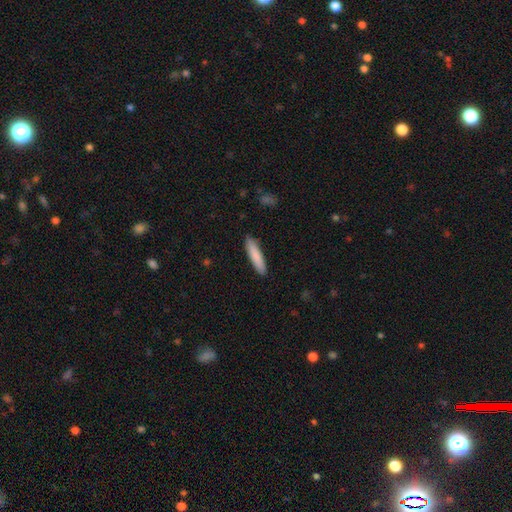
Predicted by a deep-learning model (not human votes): A smooth galaxy with no disk features (85%) that is cigar-shaped (85%).

Vote fractions:
- Smooth or featured? smooth: 85% / featured or disk: 10% / star or artifact: 5%
- How rounded? cigar-shaped: 85% / in between: 14% / round: 1%
- Merging? none: 90% / minor disturbance: 8% / major disturbance: 2% / merger: 1%